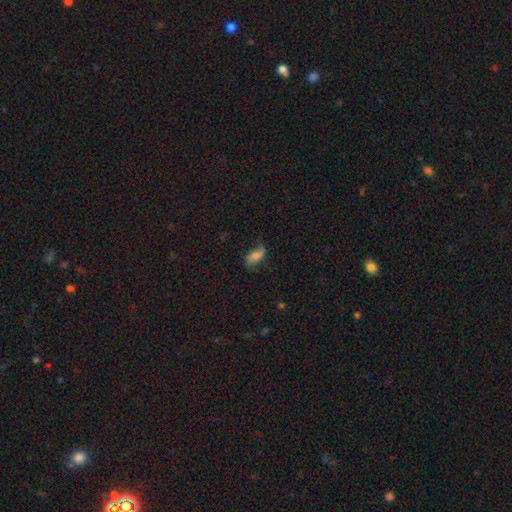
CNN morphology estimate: Overall: smooth (58%; featured or disk 33%). How rounded: in between (87%). Merging: none (66%).